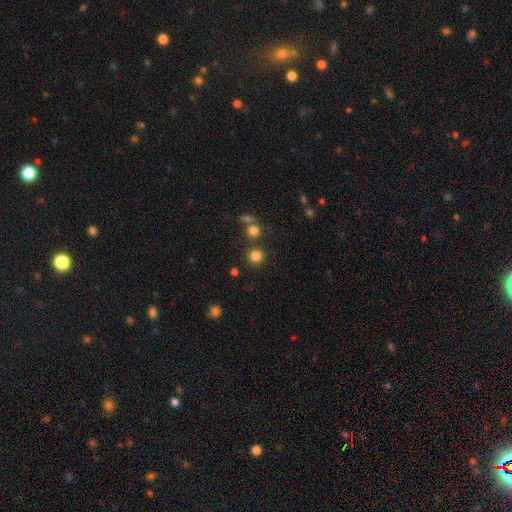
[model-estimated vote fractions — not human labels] smooth-or-featured: smooth: 80% | star or artifact: 15% | featured or disk: 5%
  how-rounded: round: 94% | in between: 5% | cigar-shaped: 1%
  merging: none: 80% | merger: 10% | minor disturbance: 7% | major disturbance: 3%